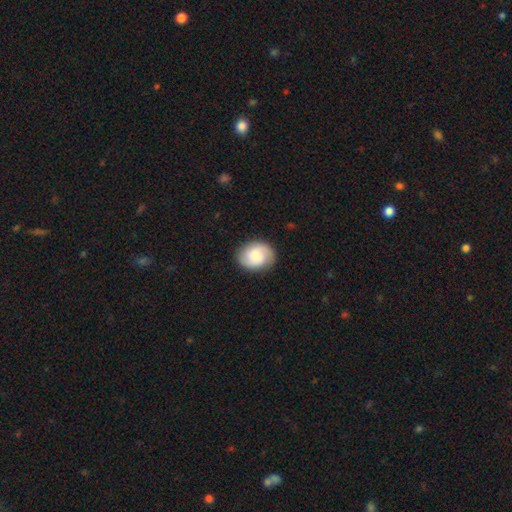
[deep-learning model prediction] smooth-or-featured: smooth: 58% | featured or disk: 35% | star or artifact: 8%
  how-rounded: round: 52% | in between: 47% | cigar-shaped: 1%
  merging: none: 84% | minor disturbance: 11% | major disturbance: 3% | merger: 1%